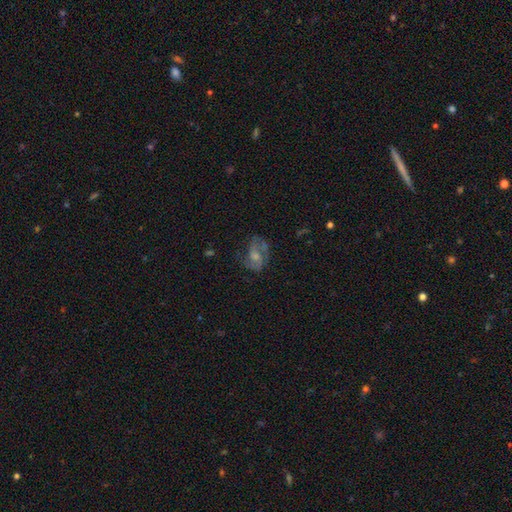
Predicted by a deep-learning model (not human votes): This is likely a featured or disk galaxy (62%). It is clearly not viewed edge-on (97%). Bar: likely no (62%). Spiral arm pattern: likely yes (78%). Central bulge: marginally moderate (43%). Merging: possibly none (54%).